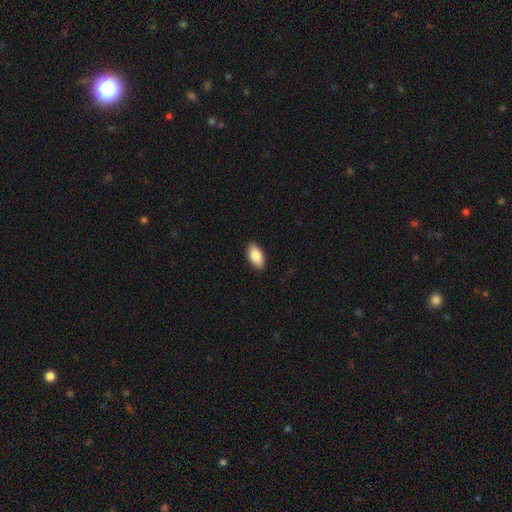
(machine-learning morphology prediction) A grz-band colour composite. It shows a smooth galaxy with no disk features (86%) that is in between round and cigar-shaped (94%). Merging: none (89%).